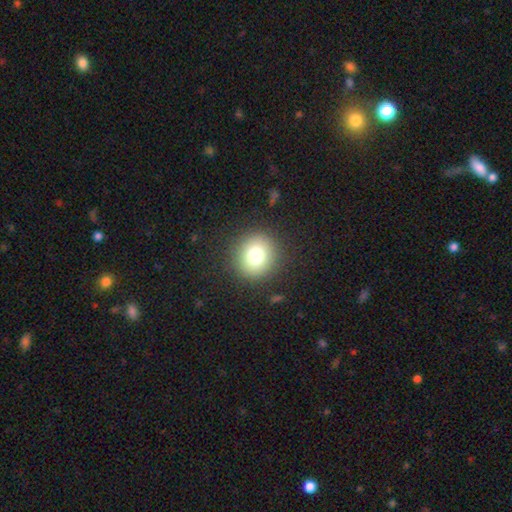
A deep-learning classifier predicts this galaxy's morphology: A smooth galaxy with no disk features (77%) that is round (90%). Merging: none (90%).